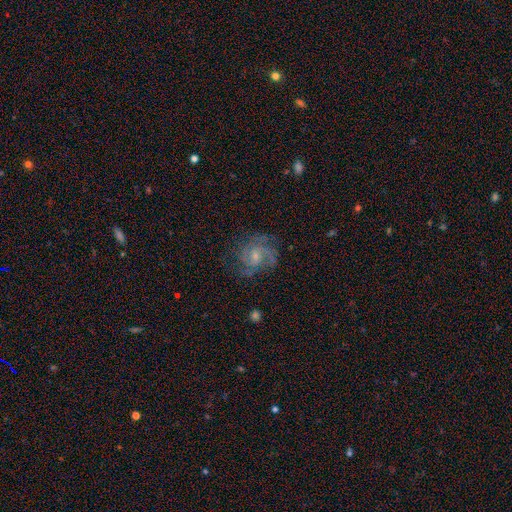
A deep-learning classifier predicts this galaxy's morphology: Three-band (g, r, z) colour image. It shows a featured or disk galaxy (82%) with no bar (61%), 2 (34%) medium (45%) spiral arms (95%) and a small central bulge (60%). Merging: none (69%).